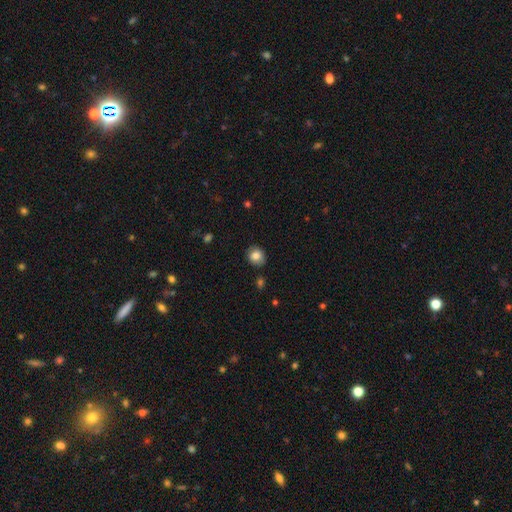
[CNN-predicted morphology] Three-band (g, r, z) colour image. It shows a smooth galaxy with no disk features (83%) that is round (77%). Merging: none (85%).